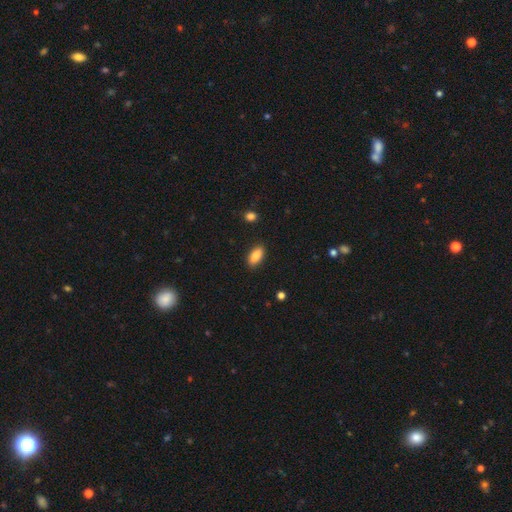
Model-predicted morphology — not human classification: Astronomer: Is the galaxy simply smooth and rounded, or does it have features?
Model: smooth — 87%.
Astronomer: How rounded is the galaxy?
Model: in between — 88%.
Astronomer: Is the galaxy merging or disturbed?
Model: none — 87%.